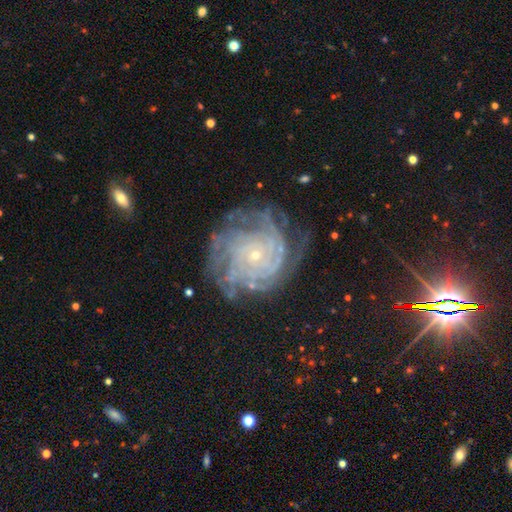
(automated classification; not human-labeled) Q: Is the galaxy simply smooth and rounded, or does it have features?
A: featured or disk — 85%.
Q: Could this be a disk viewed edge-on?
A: no — 97%.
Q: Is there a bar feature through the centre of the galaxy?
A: no — 80%.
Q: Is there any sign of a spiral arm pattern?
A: yes — 96%.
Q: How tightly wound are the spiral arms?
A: tight — 77%.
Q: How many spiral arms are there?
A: can't tell — 28%.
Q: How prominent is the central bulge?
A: small — 86%.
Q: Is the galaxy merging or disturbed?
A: none — 66%.